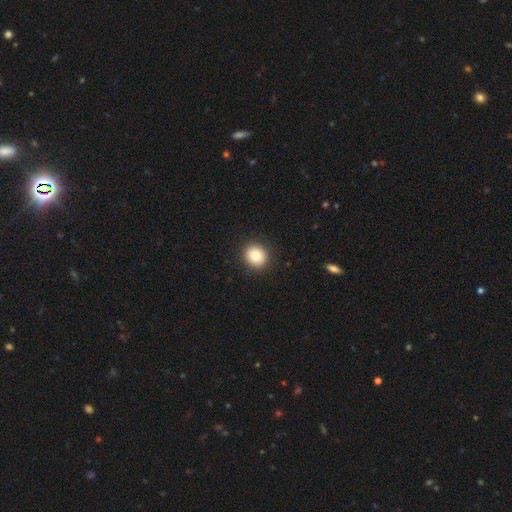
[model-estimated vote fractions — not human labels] smooth 85%, star or artifact 9%, featured or disk 6%. Down the decision tree: how rounded — round (80%); merging — none (91%).